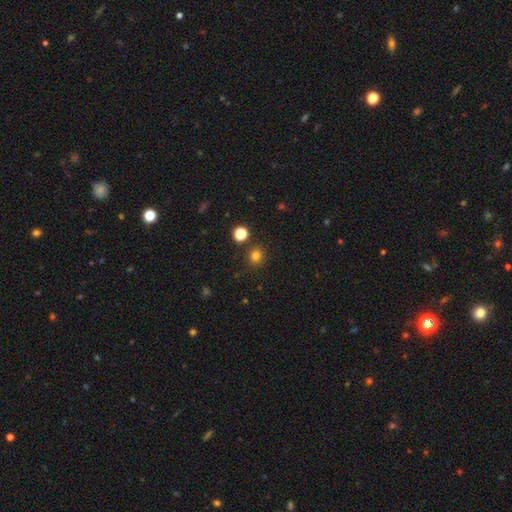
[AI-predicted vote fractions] This is likely a smooth galaxy (80%). How rounded: clearly round (85%). Merging: clearly none (86%).